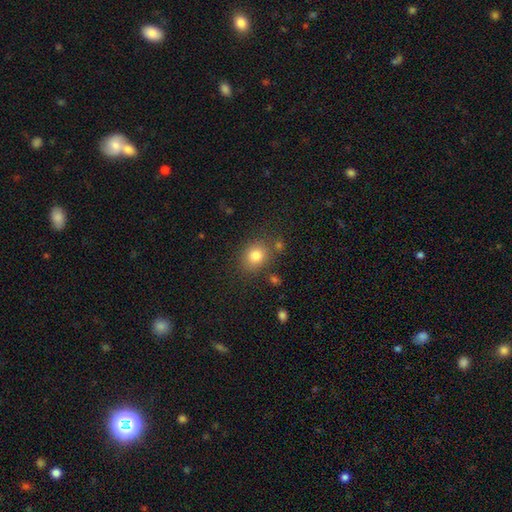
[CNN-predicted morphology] smooth-or-featured: smooth: 81% | star or artifact: 11% | featured or disk: 8%
  how-rounded: round: 58% | in between: 41% | cigar-shaped: 1%
  merging: none: 78% | minor disturbance: 12% | merger: 6% | major disturbance: 4%